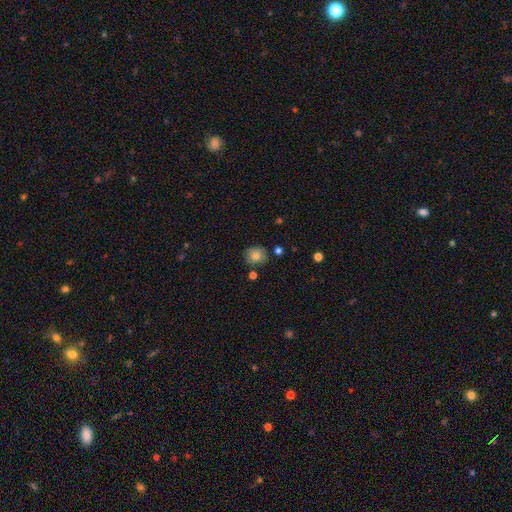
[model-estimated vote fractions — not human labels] Smooth or featured: smooth — 80% (star or artifact — 10%)
How rounded: round — 79% (in between — 20%)
Merging: none — 79% (minor disturbance — 14%)